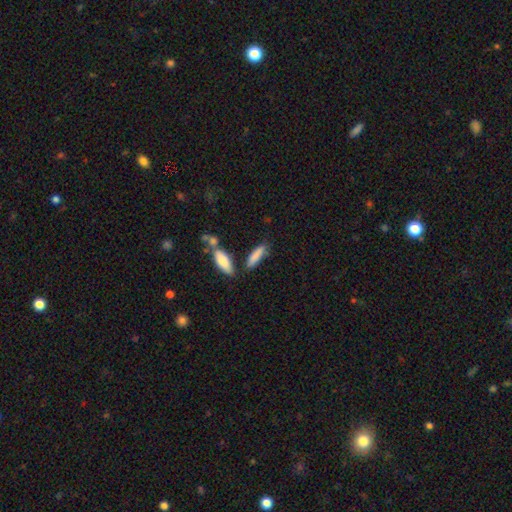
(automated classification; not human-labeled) The model was most divided on "how rounded": cigar-shaped: 64%, in between: 34%, round: 2%. More confident: smooth or featured — smooth (83%); merging — none (66%).